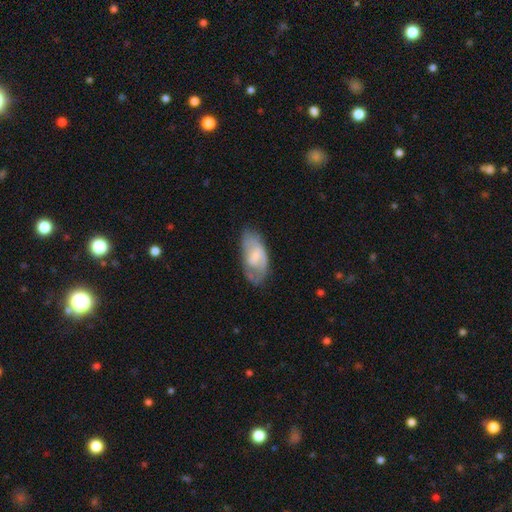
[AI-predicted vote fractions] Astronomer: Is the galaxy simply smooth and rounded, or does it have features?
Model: featured or disk — 53% (runner-up: smooth, 41%).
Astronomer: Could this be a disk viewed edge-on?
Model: no — 94%.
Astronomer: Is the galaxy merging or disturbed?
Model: none — 56%.